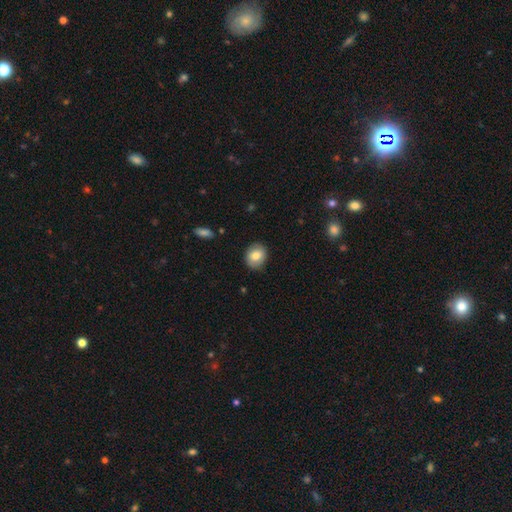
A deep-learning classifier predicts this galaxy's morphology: smooth_or_featured: smooth (p=0.78) [alt: featured or disk p=0.14]
how_rounded: round (p=0.64) [alt: in between p=0.35]
merging: none (p=0.85) [alt: minor disturbance p=0.11]